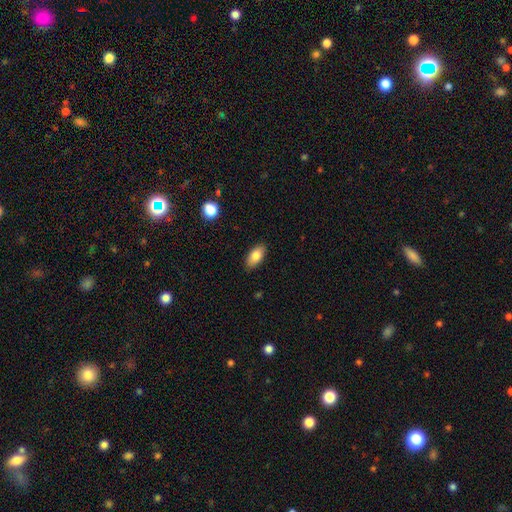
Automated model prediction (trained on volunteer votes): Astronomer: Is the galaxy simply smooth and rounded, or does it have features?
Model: smooth — 84%.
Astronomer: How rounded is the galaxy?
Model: in between — 91%.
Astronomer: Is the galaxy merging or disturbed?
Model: none — 88%.